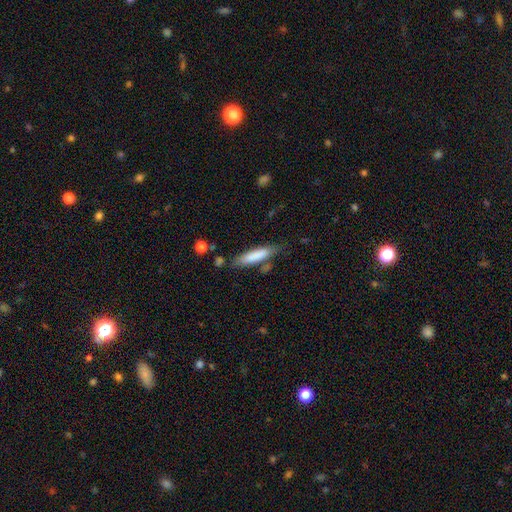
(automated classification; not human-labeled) Smooth or featured: smooth — 81% (featured or disk — 14%)
How rounded: cigar-shaped — 79% (in between — 20%)
Merging: none — 73% (minor disturbance — 17%)